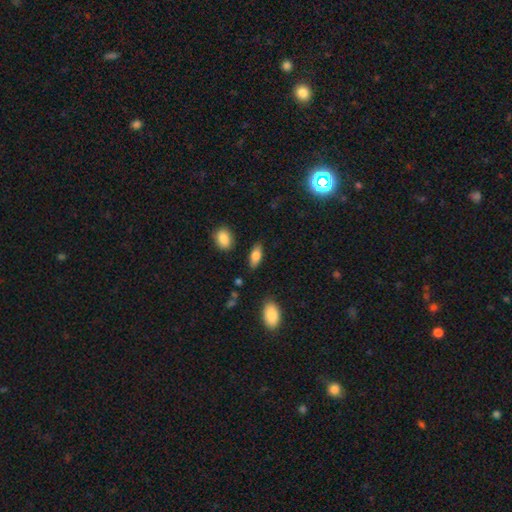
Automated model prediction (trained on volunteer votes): Morphology: type=smooth (78%); roundness=in between (82%); merging=none (84%).